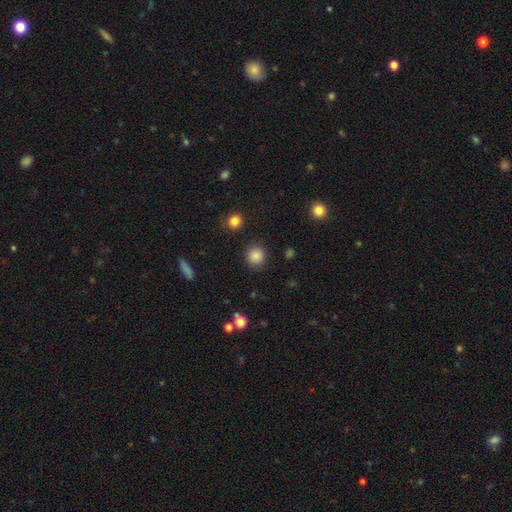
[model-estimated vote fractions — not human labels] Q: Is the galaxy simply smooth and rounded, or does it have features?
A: smooth — 86%.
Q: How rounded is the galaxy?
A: round — 91%.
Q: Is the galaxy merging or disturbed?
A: none — 89%.